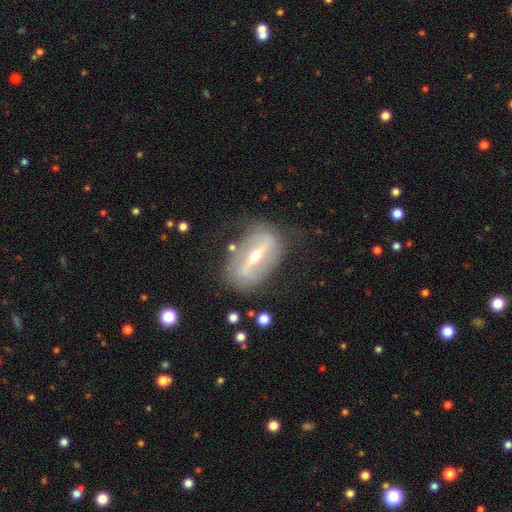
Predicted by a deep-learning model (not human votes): This appears to be a featured or disk galaxy (80%) with a strong bar (73%), spiral arms (59%) and a moderate central bulge (50%). Merging: none (73%).